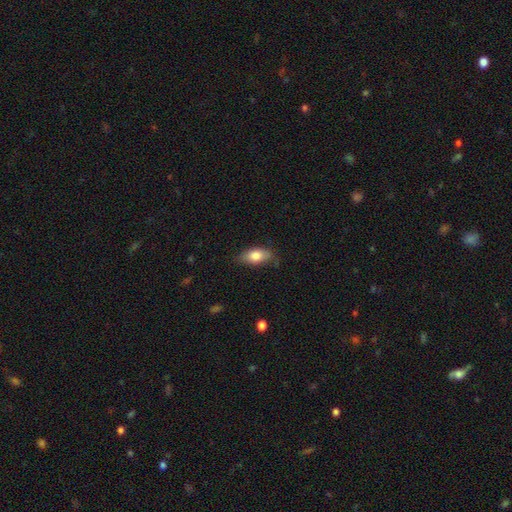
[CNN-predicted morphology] Q: Smooth or featured?
A: smooth (78%); runner-up: featured or disk (15%)
Q: How rounded?
A: in between (87%); runner-up: cigar-shaped (8%)
Q: Merging?
A: none (74%); runner-up: minor disturbance (21%)